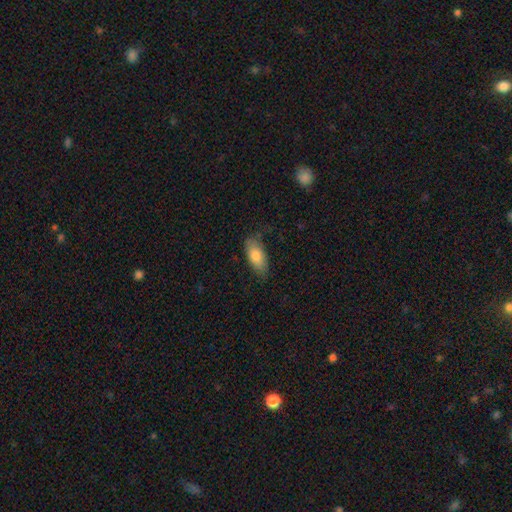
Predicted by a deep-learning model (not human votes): This appears to be a smooth galaxy with no disk features (80%) that is in between round and cigar-shaped (87%). Merging: none (74%).